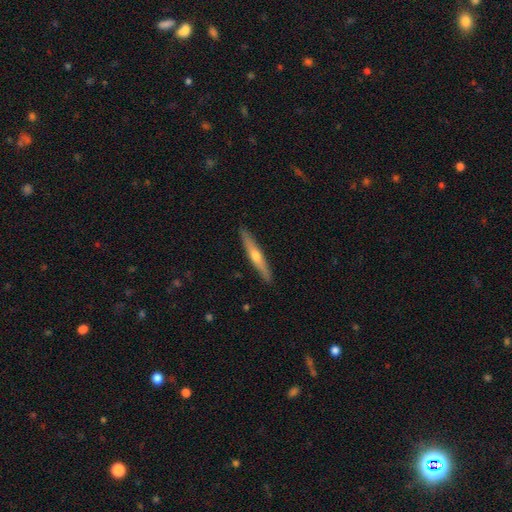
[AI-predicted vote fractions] A featured or disk galaxy (58%) viewed edge-on (95%) with a rounded central bulge (86%). Merging: none (91%).